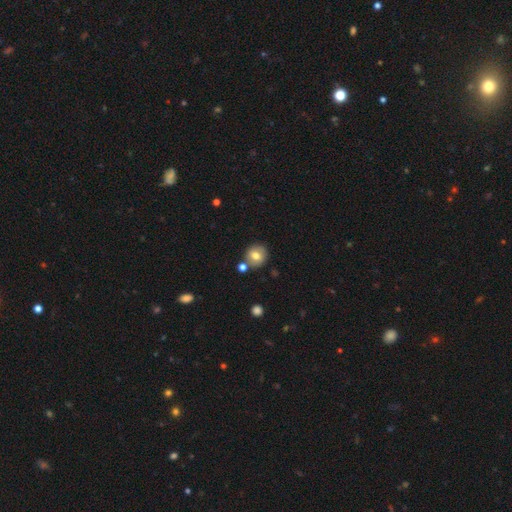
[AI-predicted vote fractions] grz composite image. It shows a smooth galaxy with no disk features (74%) that is round (85%). Merging: none (76%).